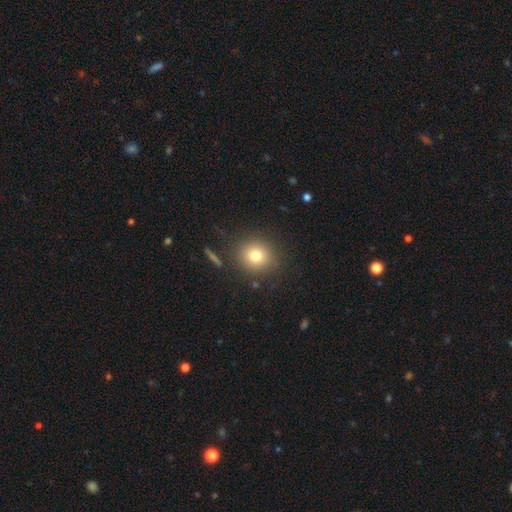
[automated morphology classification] Smooth or featured? smooth (77%)
How rounded? round (87%)
Merging? none (86%)